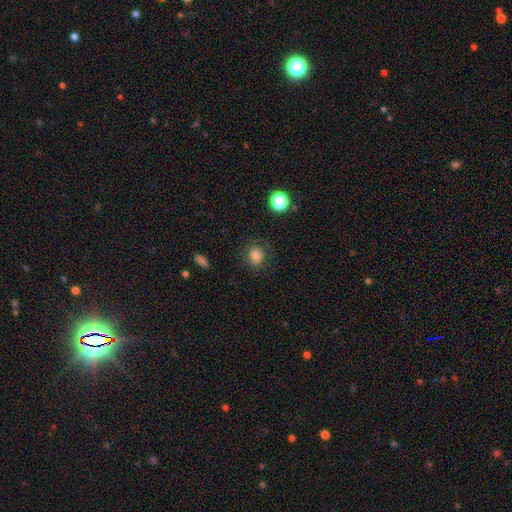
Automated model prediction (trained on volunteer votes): Smooth or featured? Predicted: smooth (p=0.76). How rounded? Predicted: round (p=0.60). Merging? Predicted: none (p=0.73).